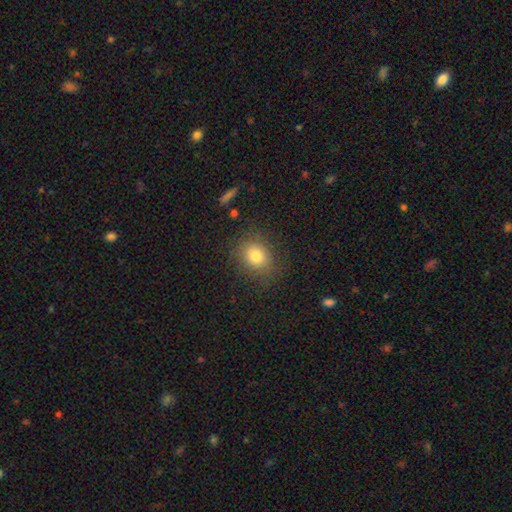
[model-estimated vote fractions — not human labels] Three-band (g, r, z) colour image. It shows a smooth galaxy with no disk features (78%) that is round (68%). Merging: none (81%).